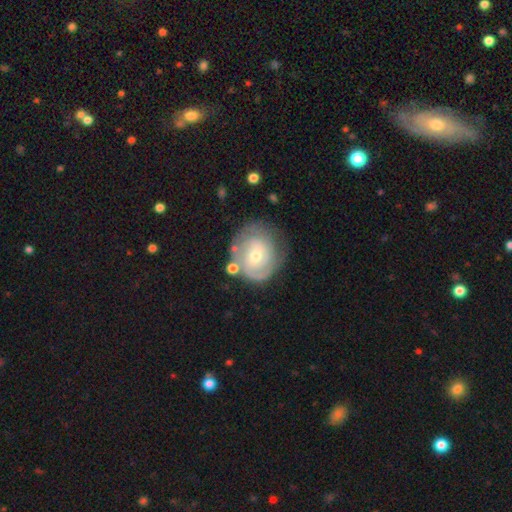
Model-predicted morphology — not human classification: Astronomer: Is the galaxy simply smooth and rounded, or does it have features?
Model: featured or disk — 79%.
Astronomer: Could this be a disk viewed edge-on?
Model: no — 97%.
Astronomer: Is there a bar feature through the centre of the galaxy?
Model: no — 58% (runner-up: weak, 36%).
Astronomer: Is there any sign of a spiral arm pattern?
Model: yes — 92%.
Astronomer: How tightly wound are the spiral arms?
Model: tight — 69%.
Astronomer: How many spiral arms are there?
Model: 2 — 41% (runner-up: can't tell, 27%).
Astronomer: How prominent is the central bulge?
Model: moderate — 55% (runner-up: small, 40%).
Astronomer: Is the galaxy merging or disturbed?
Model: none — 67%.